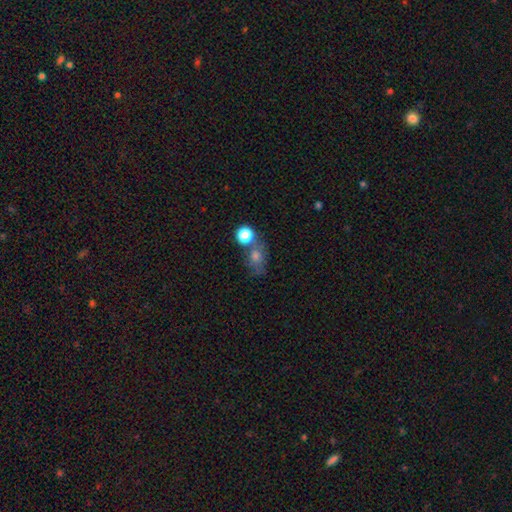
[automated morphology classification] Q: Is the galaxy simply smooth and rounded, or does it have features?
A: smooth — 60%.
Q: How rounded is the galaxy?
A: round — 53%.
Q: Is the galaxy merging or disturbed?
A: none — 50%.